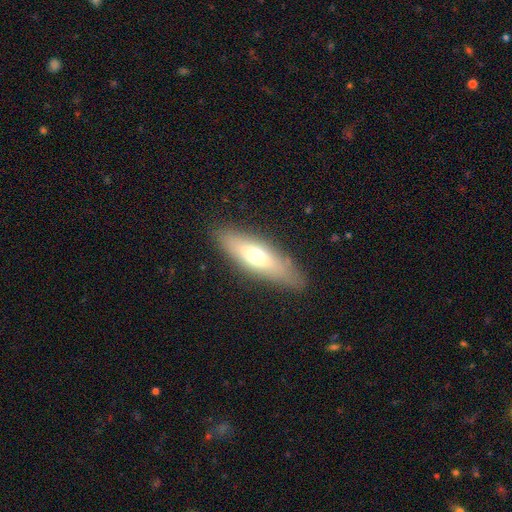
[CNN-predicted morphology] The model was most divided on "how rounded": cigar-shaped: 50%, in between: 48%, round: 2%. More confident: merging — none (84%); smooth or featured — smooth (59%).